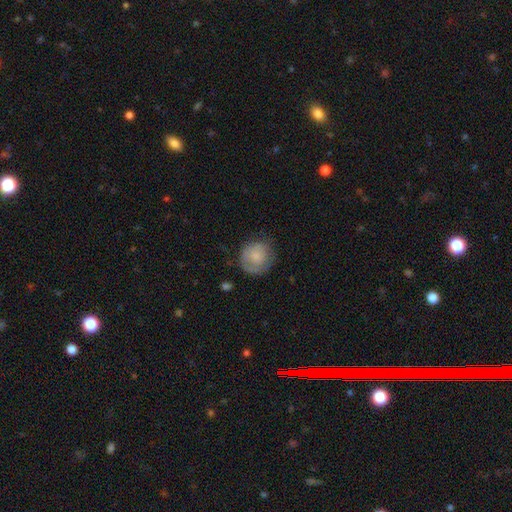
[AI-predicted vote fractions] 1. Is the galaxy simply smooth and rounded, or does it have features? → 70% smooth, 23% featured or disk, 7% star or artifact.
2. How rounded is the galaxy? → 89% round, 11% in between, 1% cigar-shaped.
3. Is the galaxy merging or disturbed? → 68% none, 21% minor disturbance, 10% major disturbance, 2% merger.